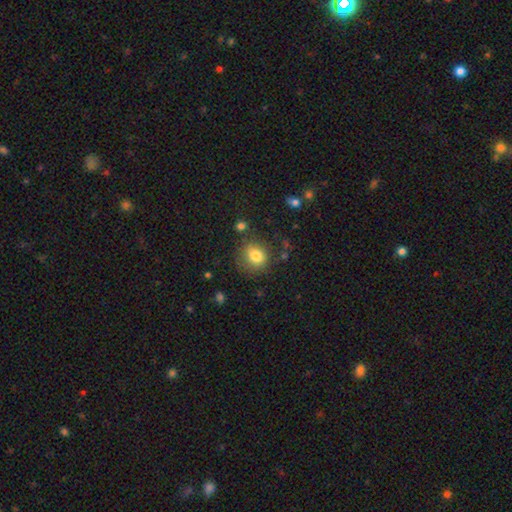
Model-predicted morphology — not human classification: type=smooth (81%); roundness=round (73%); merging=none (76%).